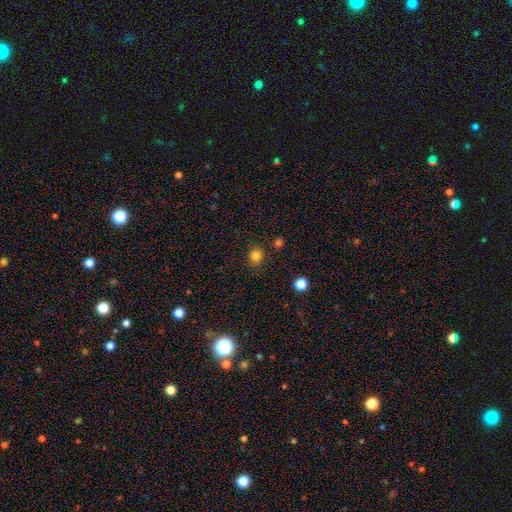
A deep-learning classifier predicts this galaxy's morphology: smooth-or-featured: smooth: 81% | star or artifact: 14% | featured or disk: 5%
  how-rounded: round: 82% | in between: 17% | cigar-shaped: 1%
  merging: none: 84% | minor disturbance: 10% | major disturbance: 3% | merger: 3%